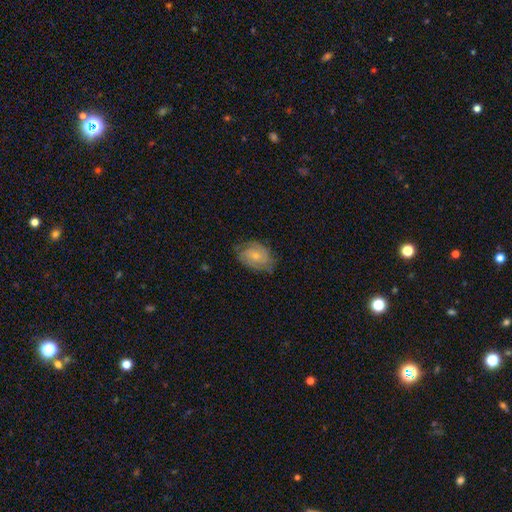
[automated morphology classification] The model was most divided on "smooth or featured": featured or disk: 51%, smooth: 42%, star or artifact: 7%. More confident: edge-on disk — no (96%); merging — none (67%).